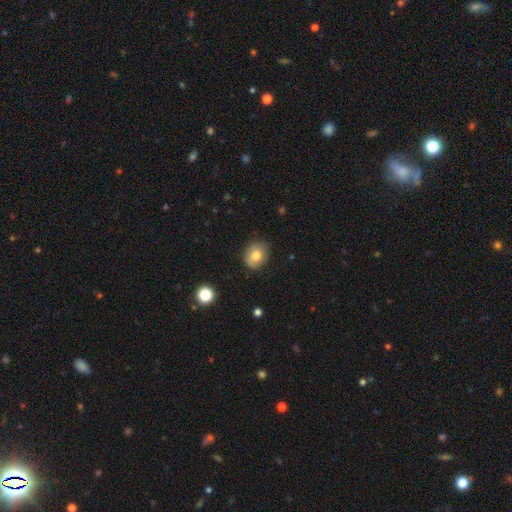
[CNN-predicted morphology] A smooth galaxy with no disk features (78%) that is in between round and cigar-shaped (54%).

Vote fractions:
- Smooth or featured? smooth: 78% / featured or disk: 13% / star or artifact: 9%
- How rounded? in between: 54% / round: 45% / cigar-shaped: 1%
- Merging? none: 77% / minor disturbance: 18% / major disturbance: 3% / merger: 1%